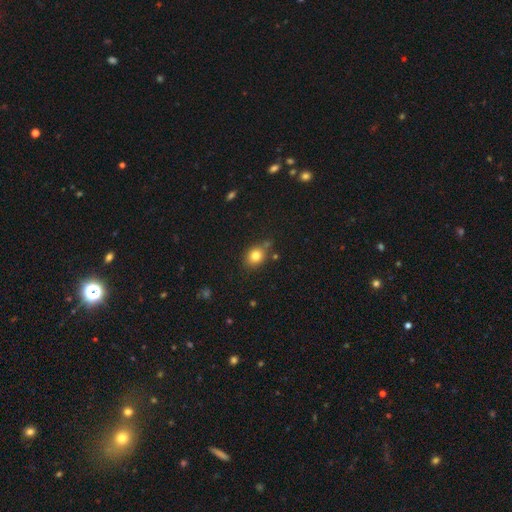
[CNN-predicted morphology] A smooth galaxy with no disk features (80%) that is round (59%).

Vote fractions:
- Smooth or featured? smooth: 80% / star or artifact: 11% / featured or disk: 9%
- How rounded? round: 59% / in between: 40% / cigar-shaped: 1%
- Merging? none: 74% / minor disturbance: 16% / merger: 7% / major disturbance: 4%